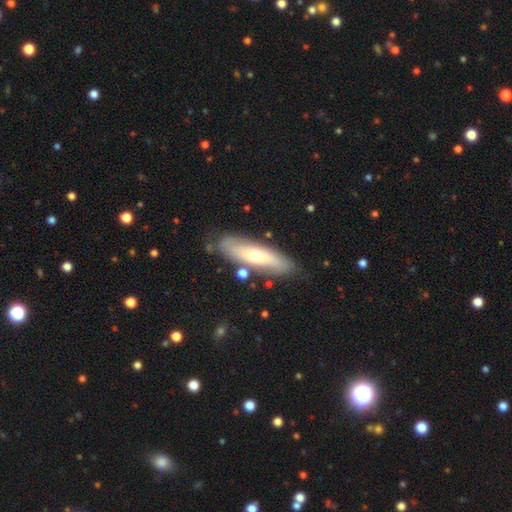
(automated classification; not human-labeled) Overall: smooth (48%; featured or disk 46%). Merging: none (79%).